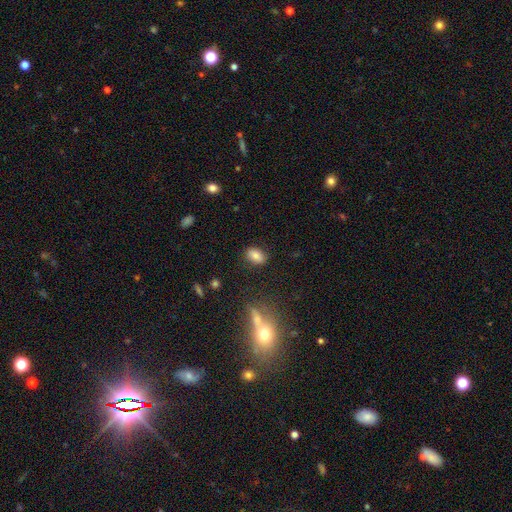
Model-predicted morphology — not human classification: Smooth or featured?
  - smooth: 81% *
  - star or artifact: 11%
  - featured or disk: 8%
How rounded?
  - in between: 85% *
  - round: 12%
  - cigar-shaped: 2%
Merging?
  - none: 85% *
  - minor disturbance: 10%
  - major disturbance: 3%
  - merger: 2%